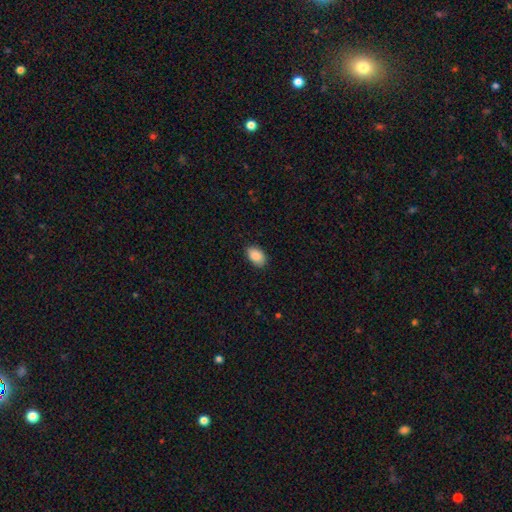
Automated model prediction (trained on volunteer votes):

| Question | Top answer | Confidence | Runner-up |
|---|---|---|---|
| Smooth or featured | smooth | 90% | star or artifact (7%) |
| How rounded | in between | 90% | round (9%) |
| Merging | none | 87% | minor disturbance (10%) |